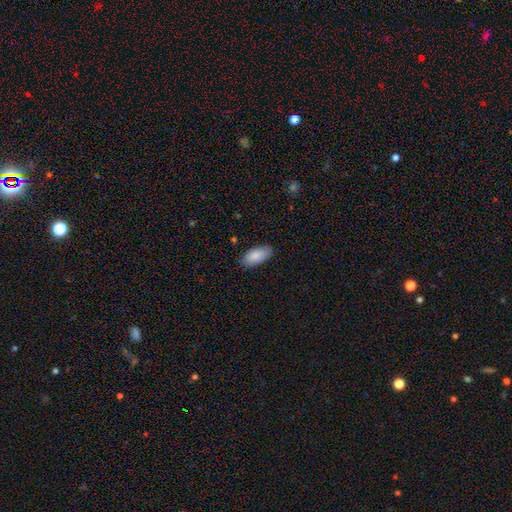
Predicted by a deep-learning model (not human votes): smooth 88%, featured or disk 6%, star or artifact 6%. Down the decision tree: how rounded — in between (92%); merging — none (83%).